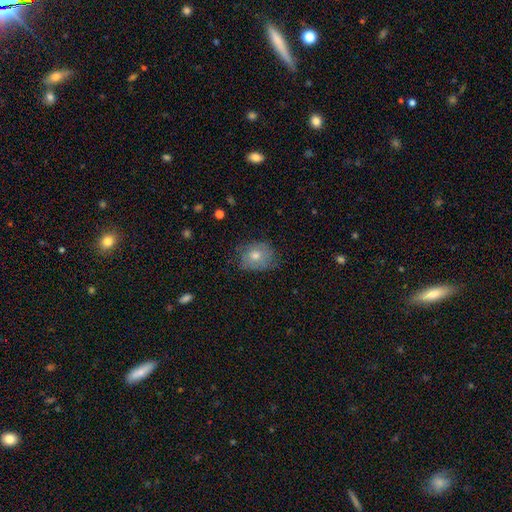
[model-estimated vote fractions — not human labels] The model was most divided on "how rounded": round: 59%, in between: 40%, cigar-shaped: 1%. More confident: merging — none (70%); smooth or featured — smooth (59%).